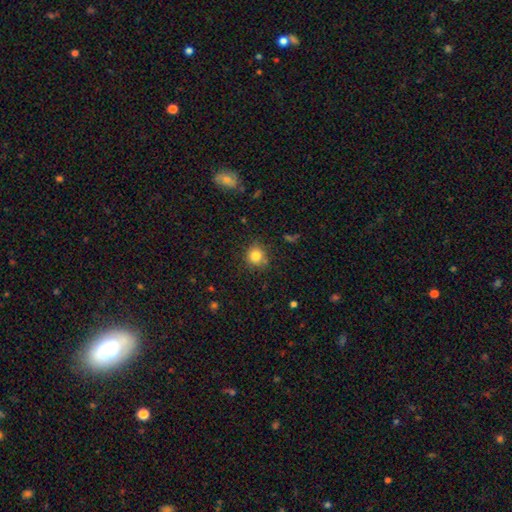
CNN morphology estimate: A smooth galaxy with no disk features (83%) that is round (88%).

Vote fractions:
- Smooth or featured? smooth: 83% / star or artifact: 12% / featured or disk: 6%
- How rounded? round: 88% / in between: 11% / cigar-shaped: 1%
- Merging? none: 80% / minor disturbance: 13% / major disturbance: 3% / merger: 3%